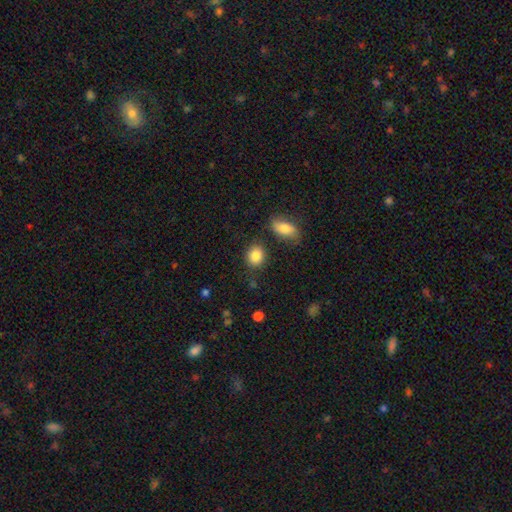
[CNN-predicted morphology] smooth_or_featured: smooth (p=0.86) [alt: star or artifact p=0.09]
how_rounded: round (p=0.57) [alt: in between p=0.41]
merging: none (p=0.79) [alt: minor disturbance p=0.11]